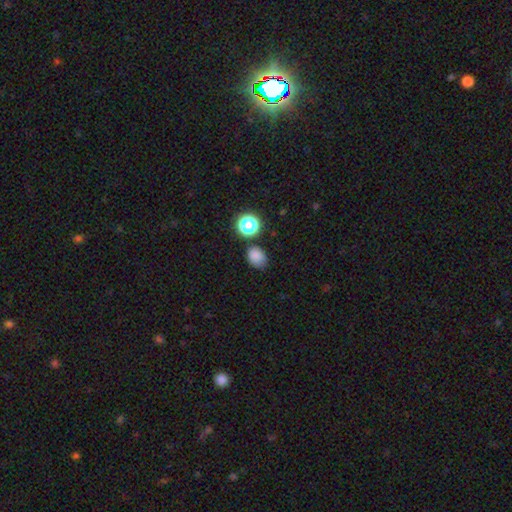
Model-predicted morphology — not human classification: Overall: smooth (80%). How rounded: in between (62%; round 37%). Merging: none (72%).